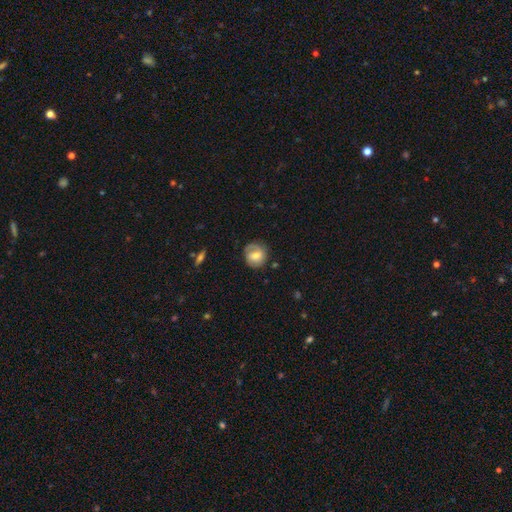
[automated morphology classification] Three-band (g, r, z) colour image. It shows a featured or disk galaxy (51%). Merging: none (73%).